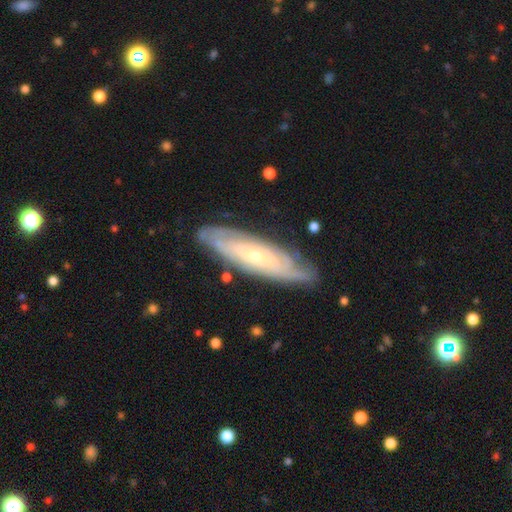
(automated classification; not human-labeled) smooth_or_featured: featured or disk (p=0.76) [alt: smooth p=0.18]
disk_edge_on: no (p=0.74) [alt: yes p=0.26]
bar: no (p=0.70) [alt: weak p=0.23]
has_spiral_arms: yes (p=0.86) [alt: no p=0.14]
bulge_size: small (p=0.67) [alt: moderate p=0.29]
merging: none (p=0.78) [alt: minor disturbance p=0.17]